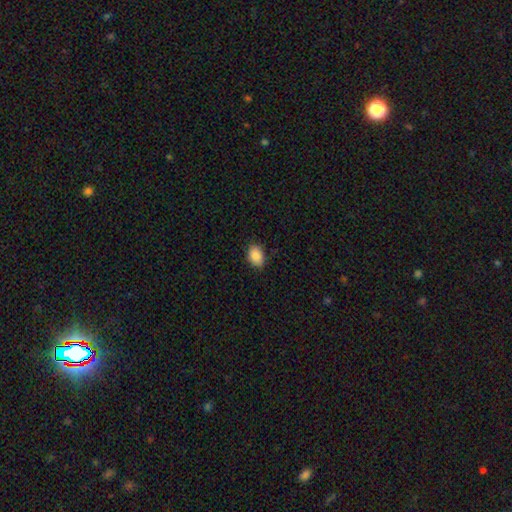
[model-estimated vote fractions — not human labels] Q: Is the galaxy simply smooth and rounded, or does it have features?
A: smooth — 89%.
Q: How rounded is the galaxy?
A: in between — 81%.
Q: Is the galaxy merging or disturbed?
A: none — 85%.